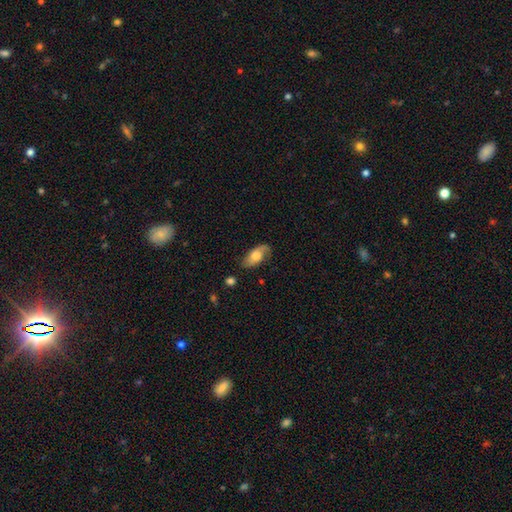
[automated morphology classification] The model was most divided on "smooth or featured": smooth: 52%, featured or disk: 41%, star or artifact: 8%. More confident: how rounded — in between (87%); merging — none (66%).